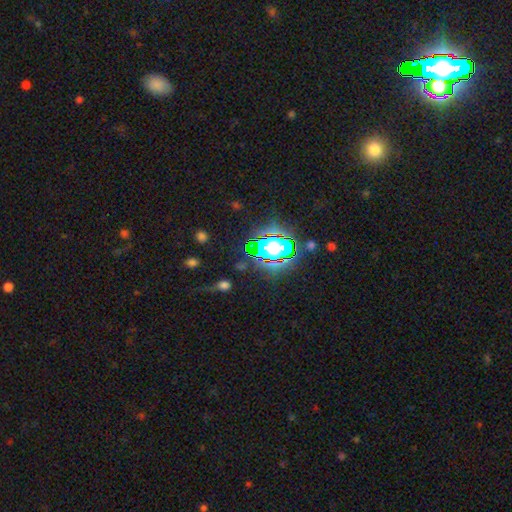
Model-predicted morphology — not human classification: star or artifact 79%, smooth 12%, featured or disk 9%.